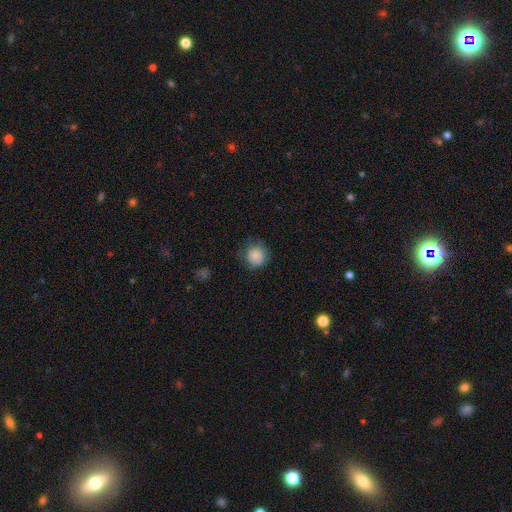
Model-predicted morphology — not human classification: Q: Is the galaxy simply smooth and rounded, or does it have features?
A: smooth — 85%.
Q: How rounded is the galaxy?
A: round — 91%.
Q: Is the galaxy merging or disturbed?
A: none — 71%.